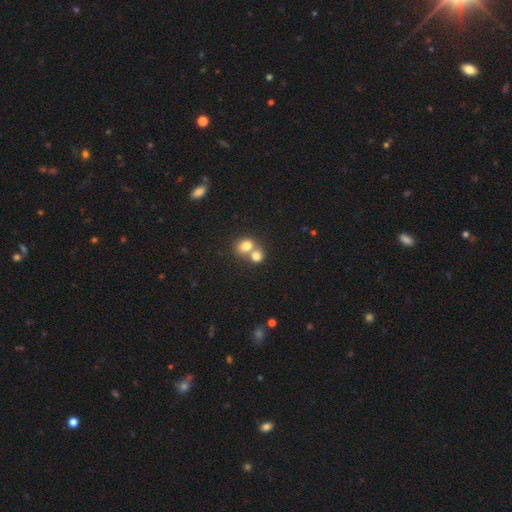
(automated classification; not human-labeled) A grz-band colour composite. It shows a smooth galaxy with no disk features (77%) that is round (67%). Merging: merger (63%).